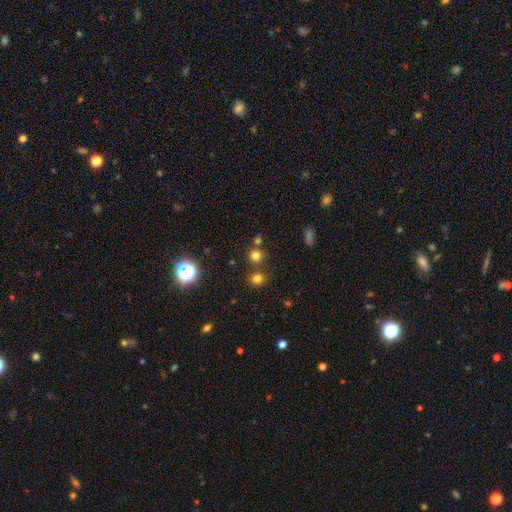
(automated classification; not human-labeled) Smooth or featured?
  - smooth: 73% *
  - star or artifact: 21%
  - featured or disk: 6%
How rounded?
  - round: 92% *
  - in between: 7%
  - cigar-shaped: 1%
Merging?
  - none: 74% *
  - merger: 16%
  - minor disturbance: 7%
  - major disturbance: 3%